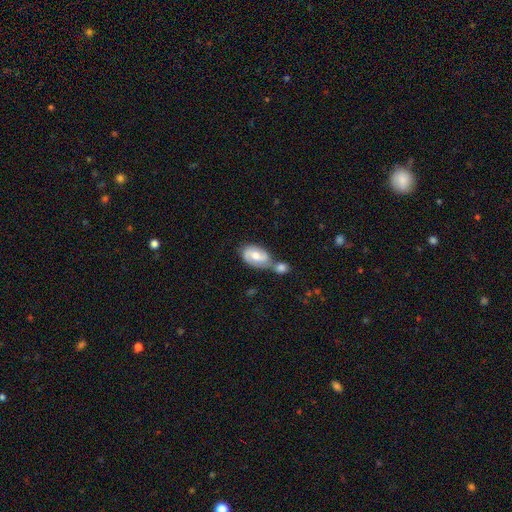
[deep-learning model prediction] Smooth or featured: featured or disk — 58% (smooth — 36%)
Edge-on disk: no — 96% (yes — 4%)
Bar: weak — 46% (no — 42%)
Spiral arms: yes — 85% (no — 15%)
Bulge size: moderate — 69% (small — 20%)
Merging: merger — 46% (none — 33%)